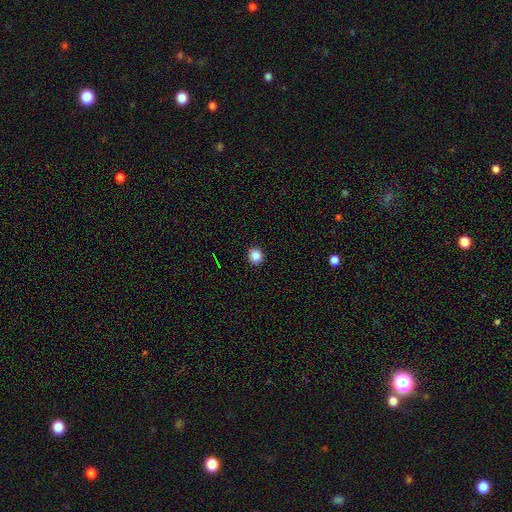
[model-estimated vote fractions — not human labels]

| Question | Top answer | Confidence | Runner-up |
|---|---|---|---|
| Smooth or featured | smooth | 85% | star or artifact (12%) |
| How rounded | round | 92% | in between (7%) |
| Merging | none | 92% | minor disturbance (5%) |